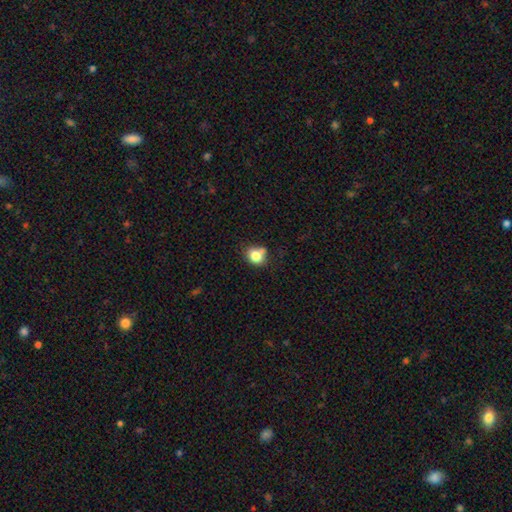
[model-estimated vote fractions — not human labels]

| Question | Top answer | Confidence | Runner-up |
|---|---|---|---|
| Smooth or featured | smooth | 79% | star or artifact (11%) |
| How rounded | round | 65% | in between (34%) |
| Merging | none | 54% | minor disturbance (20%) |